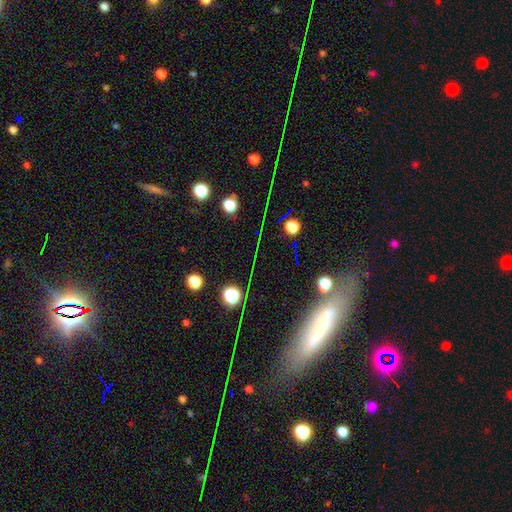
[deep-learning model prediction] smooth 41%, featured or disk 34%, star or artifact 24%. Down the decision tree: merging — none (76%).